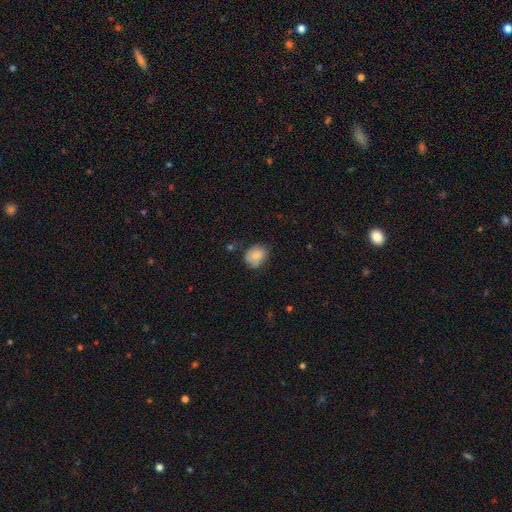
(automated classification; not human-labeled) Morphology: type=smooth (78%); roundness=round (51%); merging=none (62%).